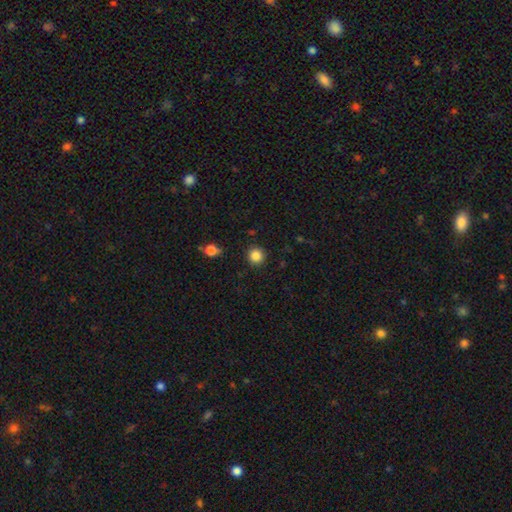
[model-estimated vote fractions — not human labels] A smooth galaxy with no disk features (85%) that is round (95%).

Vote fractions:
- Smooth or featured? smooth: 85% / star or artifact: 11% / featured or disk: 4%
- How rounded? round: 95% / in between: 4% / cigar-shaped: 1%
- Merging? none: 91% / minor disturbance: 6% / major disturbance: 2% / merger: 1%